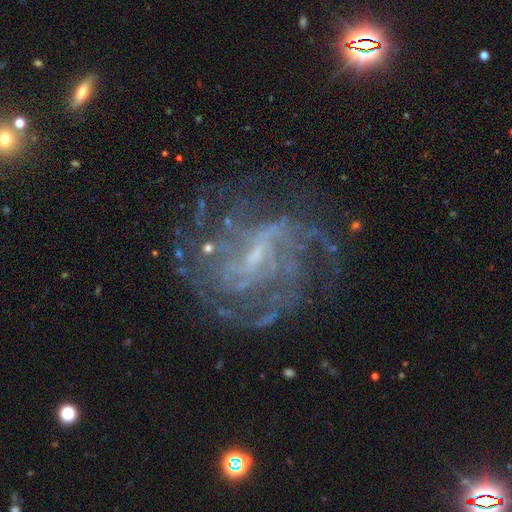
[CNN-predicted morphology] smooth-or-featured: featured or disk: 85% | star or artifact: 10% | smooth: 6%
  disk-edge-on: no: 97% | yes: 3%
    bar: weak: 52% | strong: 29% | no: 20%
    has-spiral-arms: yes: 91% | no: 9%
      spiral-winding: tight: 45% | medium: 40% | loose: 15%
      spiral-arm-count: can't tell: 36% | 4: 18% | 3: 16% | 2: 14% | more than 4: 9% | 1: 7%
    bulge-size: small: 59% | none: 24% | moderate: 15% | large: 2% | dominant: 1%
  merging: none: 65% | major disturbance: 17% | minor disturbance: 16% | merger: 2%